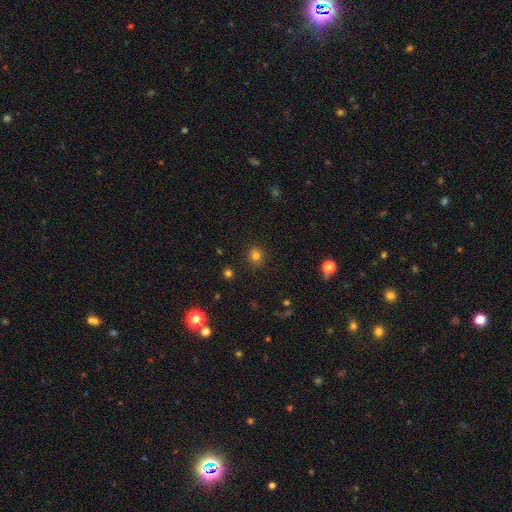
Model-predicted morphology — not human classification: Q: Smooth or featured?
A: smooth (78%); runner-up: star or artifact (16%)
Q: How rounded?
A: round (87%); runner-up: in between (12%)
Q: Merging?
A: none (86%); runner-up: minor disturbance (9%)